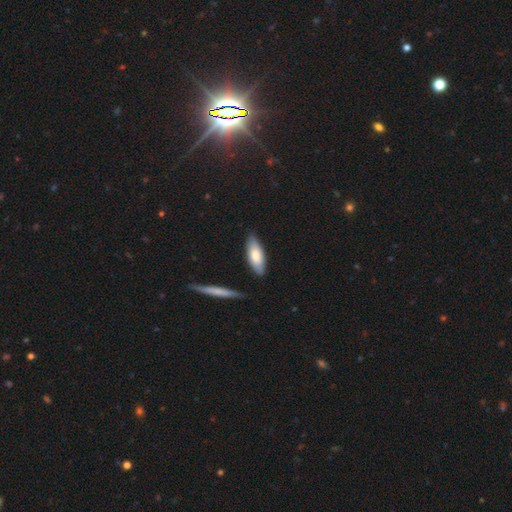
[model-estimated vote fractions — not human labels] Q: Smooth or featured?
A: smooth (73%); runner-up: featured or disk (22%)
Q: How rounded?
A: in between (65%); runner-up: cigar-shaped (34%)
Q: Merging?
A: none (82%); runner-up: minor disturbance (13%)